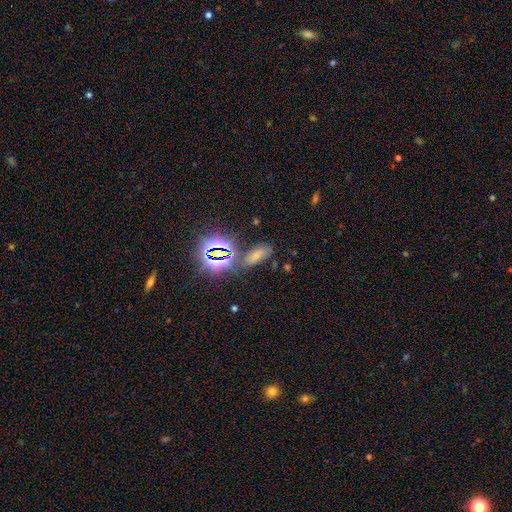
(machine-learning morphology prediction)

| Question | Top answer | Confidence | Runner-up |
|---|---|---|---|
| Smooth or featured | smooth | 56% | star or artifact (34%) |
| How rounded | in between | 81% | cigar-shaped (13%) |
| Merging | none | 69% | minor disturbance (15%) |